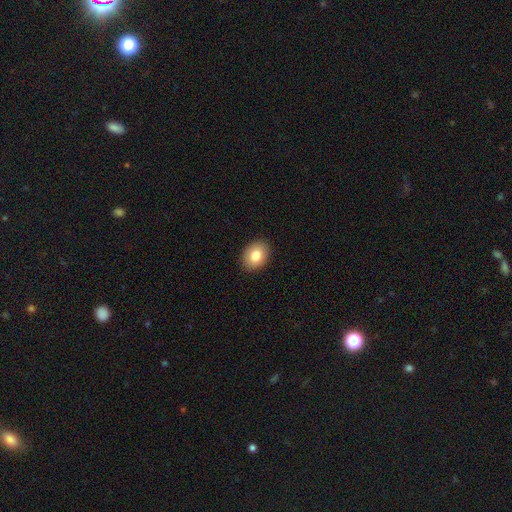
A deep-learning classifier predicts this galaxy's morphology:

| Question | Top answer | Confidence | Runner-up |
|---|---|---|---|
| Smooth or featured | smooth | 83% | featured or disk (9%) |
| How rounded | in between | 65% | round (34%) |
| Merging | none | 90% | minor disturbance (7%) |